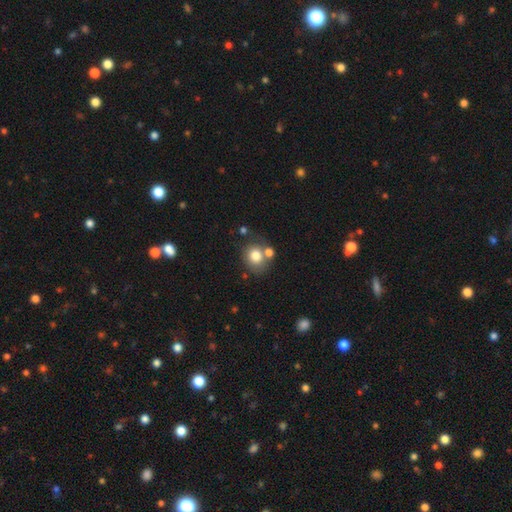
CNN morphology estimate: This appears to be a smooth galaxy with no disk features (76%) that is round (71%). Merging: none (57%).